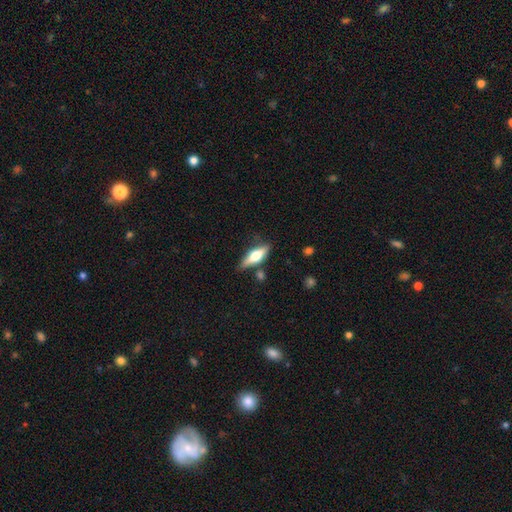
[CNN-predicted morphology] featured or disk 51%, smooth 43%, star or artifact 6%. Down the decision tree: edge-on disk — yes (91%); merging — none (73%).